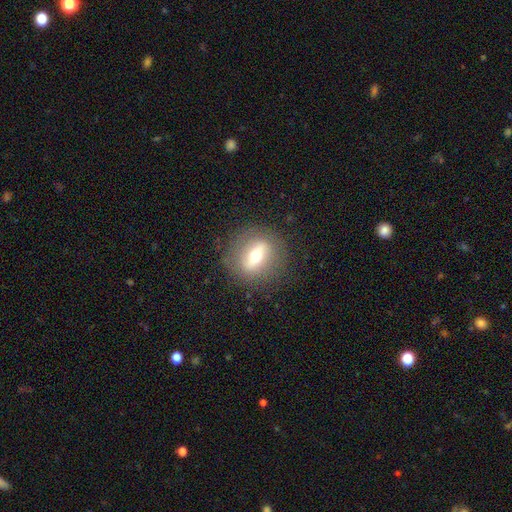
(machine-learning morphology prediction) Smooth or featured?
  - featured or disk: 52% *
  - smooth: 38%
  - star or artifact: 9%
Edge-on disk?
  - no: 62% *
  - yes: 38%
Merging?
  - none: 84% *
  - minor disturbance: 10%
  - major disturbance: 5%
  - merger: 1%